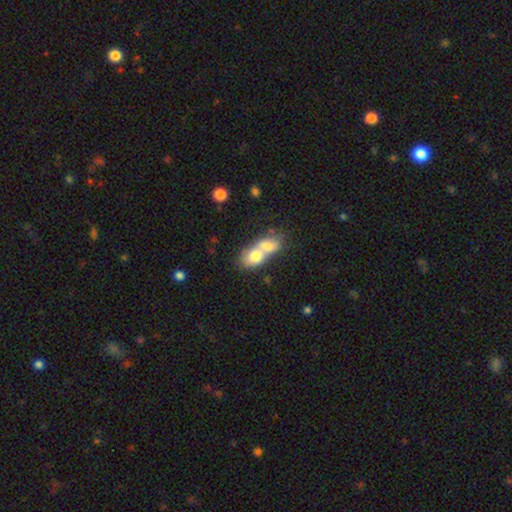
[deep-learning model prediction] smooth 72%, featured or disk 21%, star or artifact 7%. Down the decision tree: how rounded — in between (74%); merging — merger (80%).